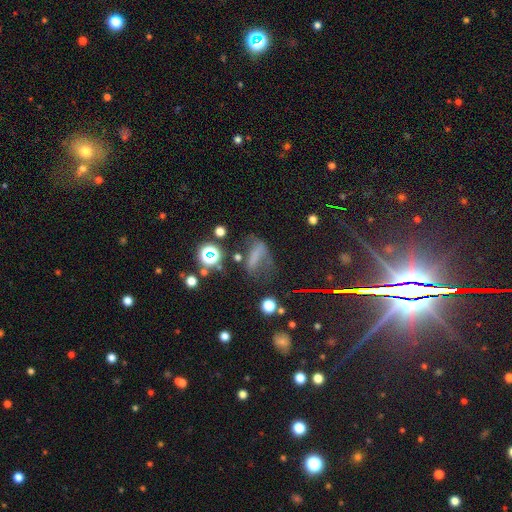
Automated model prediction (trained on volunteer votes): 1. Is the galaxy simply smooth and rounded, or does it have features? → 43% smooth, 30% featured or disk, 28% star or artifact.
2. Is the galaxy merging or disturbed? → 36% none, 34% major disturbance, 24% minor disturbance, 6% merger.